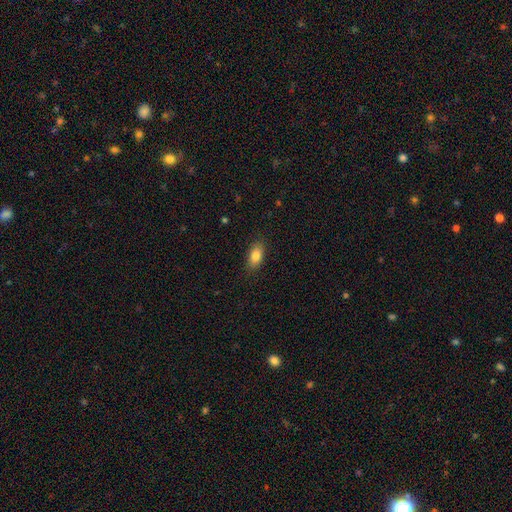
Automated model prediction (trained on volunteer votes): smooth 83%, featured or disk 9%, star or artifact 8%. Down the decision tree: how rounded — in between (88%); merging — none (86%).